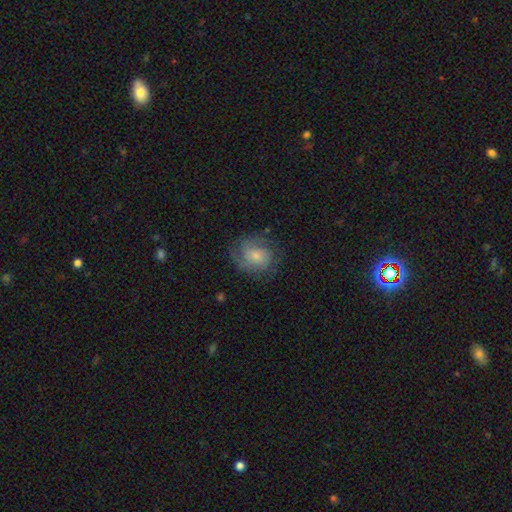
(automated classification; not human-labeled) Smooth or featured? featured or disk (49%)
Merging? none (65%)